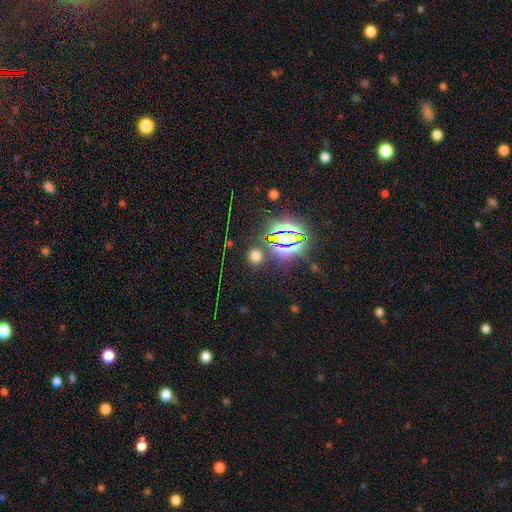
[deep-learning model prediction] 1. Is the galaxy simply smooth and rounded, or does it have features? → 52% smooth, 41% star or artifact, 7% featured or disk.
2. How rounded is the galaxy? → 80% round, 19% in between, 1% cigar-shaped.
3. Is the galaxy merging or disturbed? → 84% none, 8% minor disturbance, 5% merger, 4% major disturbance.